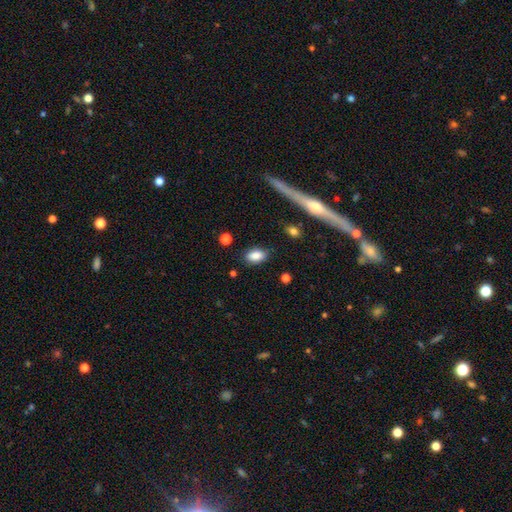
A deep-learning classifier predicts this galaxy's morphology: The model was most divided on "merging": none: 82%, minor disturbance: 13%, major disturbance: 3%, merger: 2%. More confident: how rounded — in between (90%); smooth or featured — smooth (86%).